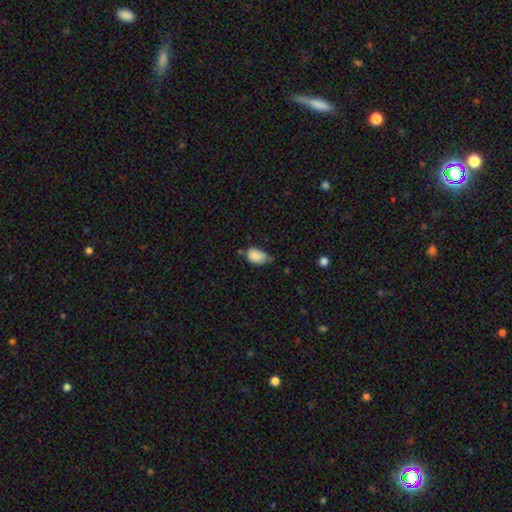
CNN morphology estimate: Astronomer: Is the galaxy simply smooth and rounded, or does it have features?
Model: smooth — 86%.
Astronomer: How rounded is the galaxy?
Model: in between — 88%.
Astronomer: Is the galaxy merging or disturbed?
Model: minor disturbance — 48% (runner-up: none, 37%).